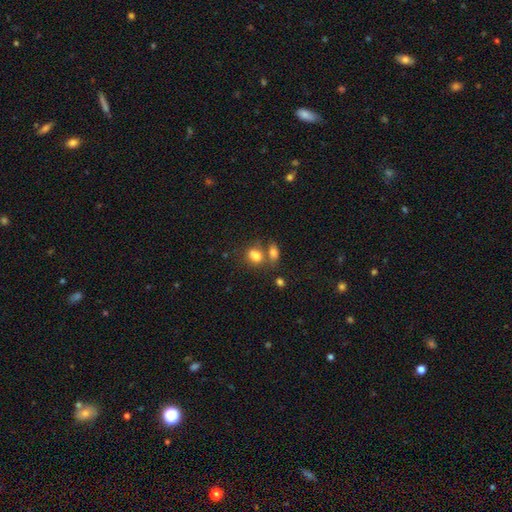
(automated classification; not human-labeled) The model was most divided on "merging": none: 42%, merger: 39%, minor disturbance: 13%, major disturbance: 6%. More confident: smooth or featured — smooth (80%); how rounded — in between (67%).